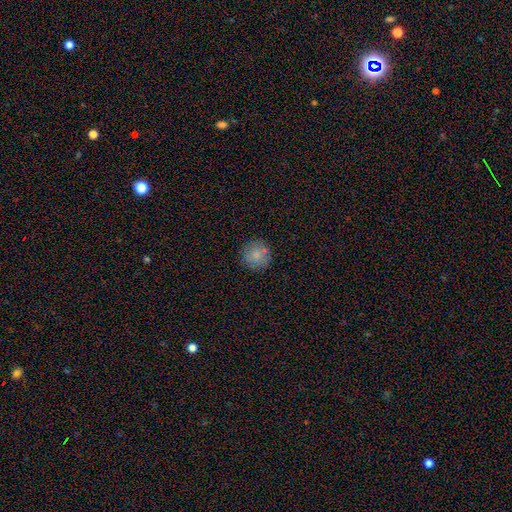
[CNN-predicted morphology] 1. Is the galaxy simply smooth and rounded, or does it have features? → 81% smooth, 10% featured or disk, 9% star or artifact.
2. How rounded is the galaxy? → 94% round, 5% in between, 1% cigar-shaped.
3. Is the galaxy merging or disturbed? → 85% none, 10% minor disturbance, 3% major disturbance, 3% merger.